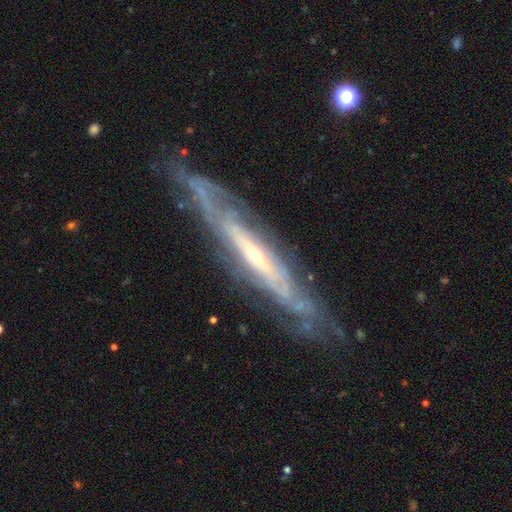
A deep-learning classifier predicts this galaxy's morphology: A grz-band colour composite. It shows a featured or disk galaxy (85%). Merging: none (76%).